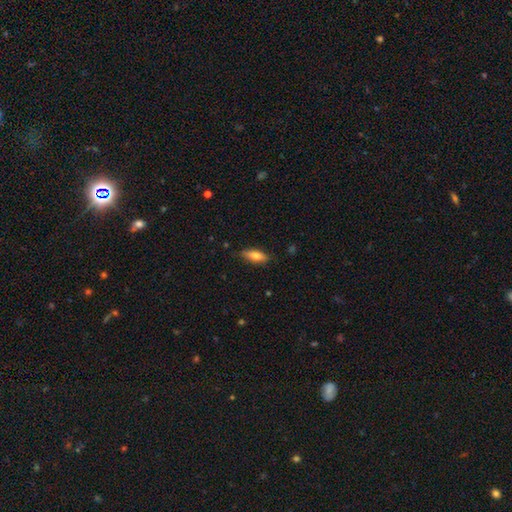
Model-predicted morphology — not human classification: This appears to be a smooth galaxy with no disk features (73%) that is in between round and cigar-shaped (69%). Merging: none (82%).